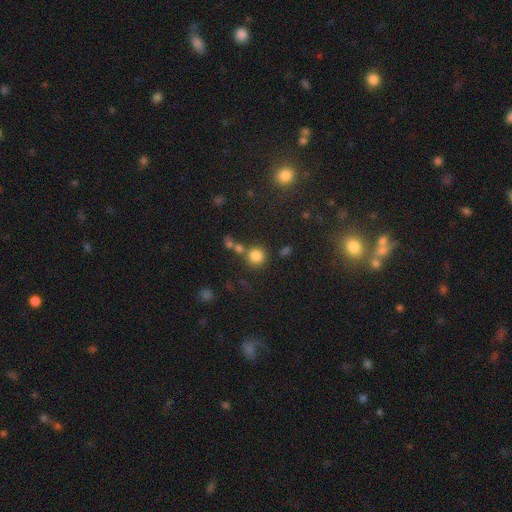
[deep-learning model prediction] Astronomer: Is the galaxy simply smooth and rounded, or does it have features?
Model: smooth — 81%.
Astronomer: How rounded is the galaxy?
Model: round — 91%.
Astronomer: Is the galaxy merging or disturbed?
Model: none — 69%.